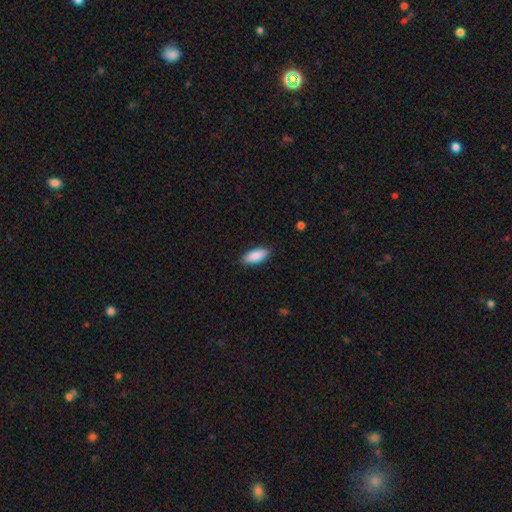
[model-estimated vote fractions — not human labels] smooth 89%, star or artifact 6%, featured or disk 5%. Down the decision tree: how rounded — in between (79%); merging — none (88%).